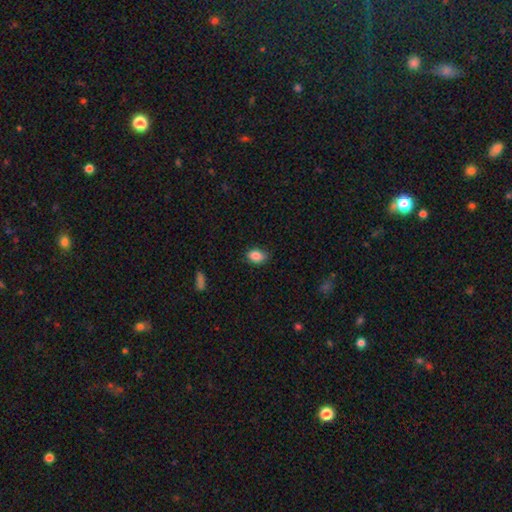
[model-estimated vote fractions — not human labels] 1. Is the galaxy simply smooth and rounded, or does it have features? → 87% smooth, 8% star or artifact, 4% featured or disk.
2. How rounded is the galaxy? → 78% in between, 21% round, 1% cigar-shaped.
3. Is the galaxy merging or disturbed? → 81% none, 15% minor disturbance, 3% major disturbance, 1% merger.